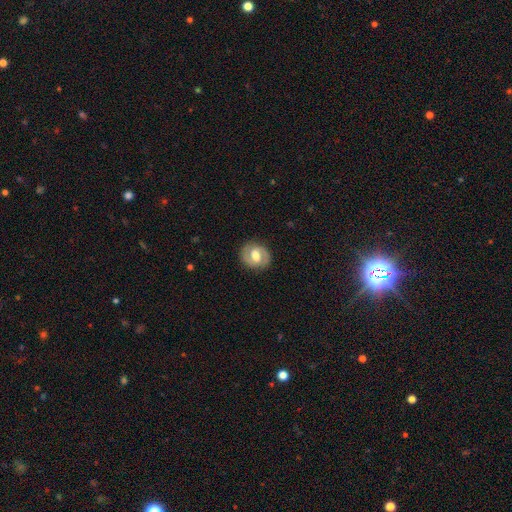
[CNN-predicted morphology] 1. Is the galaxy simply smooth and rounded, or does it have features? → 67% featured or disk, 27% smooth, 6% star or artifact.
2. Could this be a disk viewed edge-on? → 97% no, 3% yes.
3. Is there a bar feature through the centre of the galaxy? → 51% weak, 27% strong, 23% no.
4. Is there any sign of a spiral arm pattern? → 80% yes, 20% no.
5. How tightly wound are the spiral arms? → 47% medium, 38% tight, 15% loose.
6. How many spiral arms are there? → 88% 2, 6% can't tell, 3% 1, 1% 3, 1% 4, 1% more than 4.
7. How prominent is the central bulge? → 61% moderate, 26% large, 10% small, 2% dominant, 2% none.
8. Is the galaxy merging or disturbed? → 85% none, 10% minor disturbance, 4% major disturbance, 1% merger.